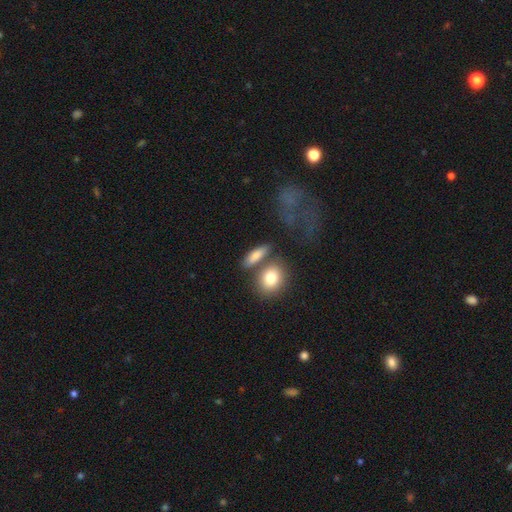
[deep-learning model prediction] A smooth galaxy with no disk features (79%) that is in between round and cigar-shaped (56%).

Vote fractions:
- Smooth or featured? smooth: 79% / featured or disk: 14% / star or artifact: 7%
- How rounded? in between: 56% / cigar-shaped: 26% / round: 18%
- Merging? none: 61% / merger: 21% / minor disturbance: 12% / major disturbance: 5%